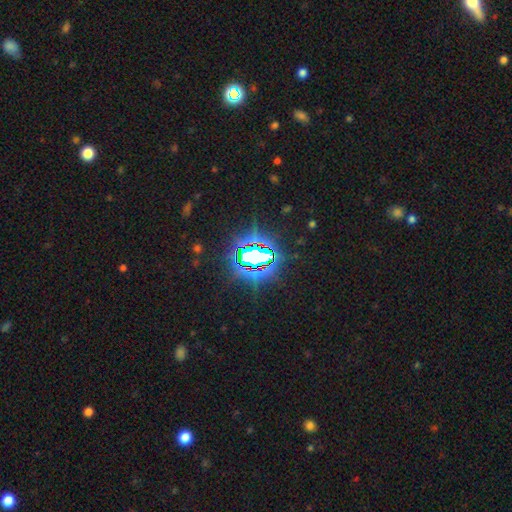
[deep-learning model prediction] The model was most divided on "smooth or featured": star or artifact: 78%, smooth: 12%, featured or disk: 10%.